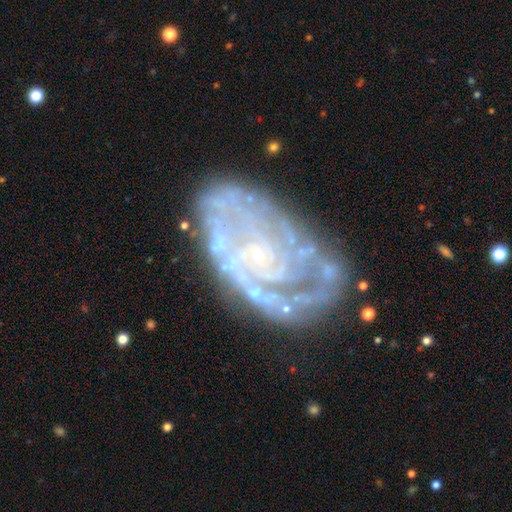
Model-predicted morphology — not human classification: Smooth or featured?
  - featured or disk: 85% *
  - smooth: 8%
  - star or artifact: 7%
Edge-on disk?
  - no: 97% *
  - yes: 3%
Bar?
  - no: 76% *
  - weak: 19%
  - strong: 5%
Spiral arms?
  - yes: 88% *
  - no: 12%
Spiral winding?
  - tight: 63% *
  - medium: 28%
  - loose: 9%
Spiral arm count?
  - can't tell: 40% *
  - 2: 15%
  - 4: 15%
  - 3: 14%
  - more than 4: 10%
  - 1: 7%
Bulge size?
  - small: 84% *
  - moderate: 8%
  - none: 6%
  - large: 1%
  - dominant: 1%
Merging?
  - none: 64% *
  - minor disturbance: 20%
  - major disturbance: 12%
  - merger: 3%